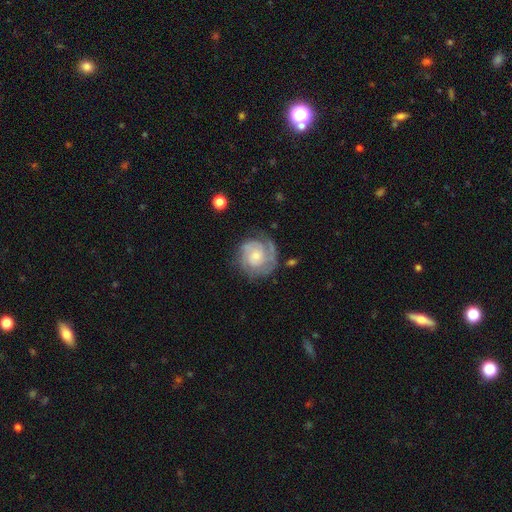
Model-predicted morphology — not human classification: A featured or disk galaxy (77%) with no bar (73%), 2 (41%) tight (63%) spiral arms (93%) and a small central bulge (45%).

Vote fractions:
- Smooth or featured? featured or disk: 77% / smooth: 18% / star or artifact: 5%
- Edge-on disk? no: 98% / yes: 2%
- Bar? no: 73% / weak: 24% / strong: 3%
- Spiral arms? yes: 93% / no: 7%
- Spiral winding? tight: 63% / medium: 29% / loose: 8%
- Spiral arm count? 2: 41% / can't tell: 25% / 3: 16% / 1: 9% / 4: 4% / more than 4: 4%
- Bulge size? small: 45% / moderate: 39% / large: 8% / none: 6% / dominant: 2%
- Merging? none: 69% / minor disturbance: 19% / major disturbance: 10% / merger: 2%